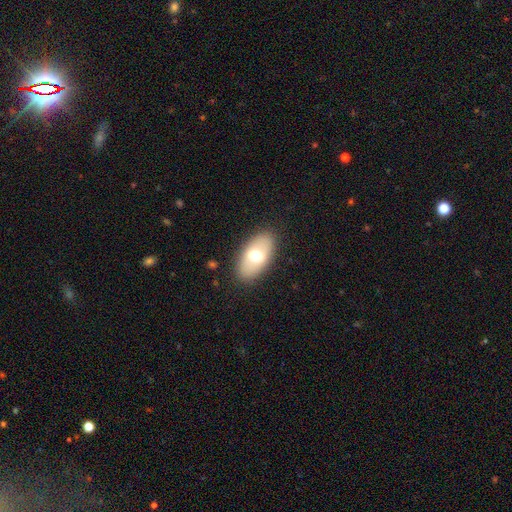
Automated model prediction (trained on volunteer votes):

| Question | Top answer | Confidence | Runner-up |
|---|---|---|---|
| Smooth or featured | smooth | 62% | featured or disk (30%) |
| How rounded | in between | 92% | round (5%) |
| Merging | none | 86% | minor disturbance (10%) |